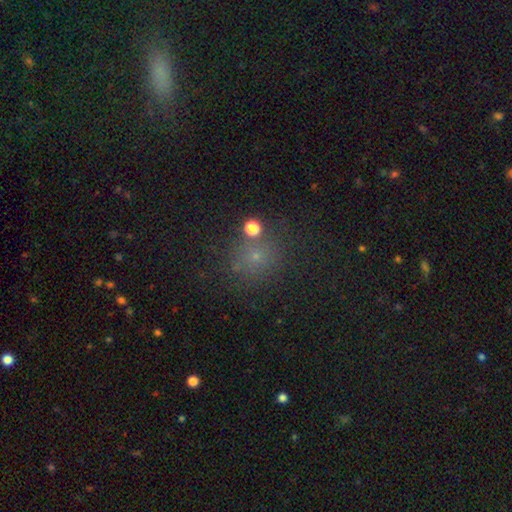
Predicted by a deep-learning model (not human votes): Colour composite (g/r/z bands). It shows a smooth galaxy with no disk features (61%) that is round (87%). Merging: none (74%).